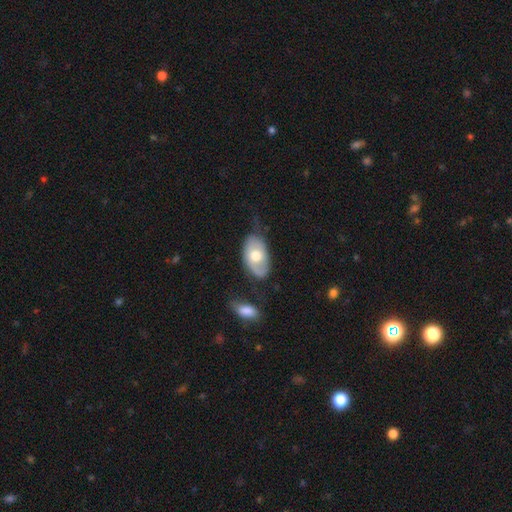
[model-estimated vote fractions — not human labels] Overall: smooth (58%; featured or disk 37%). How rounded: in between (92%). Merging: none (49%; minor disturbance 31%).